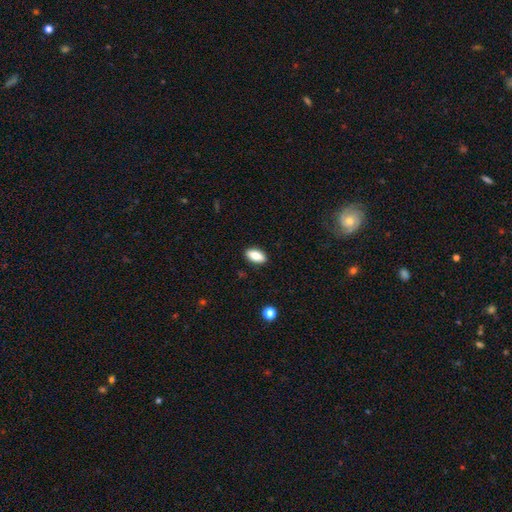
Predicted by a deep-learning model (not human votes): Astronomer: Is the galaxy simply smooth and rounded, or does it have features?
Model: smooth — 83%.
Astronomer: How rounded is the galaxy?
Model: in between — 89%.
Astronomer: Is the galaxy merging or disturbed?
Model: none — 89%.